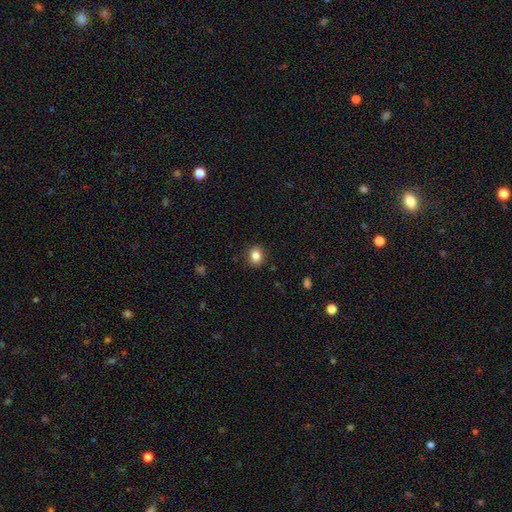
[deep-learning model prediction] This appears to be a smooth galaxy with no disk features (85%) that is round (62%). Merging: none (89%).